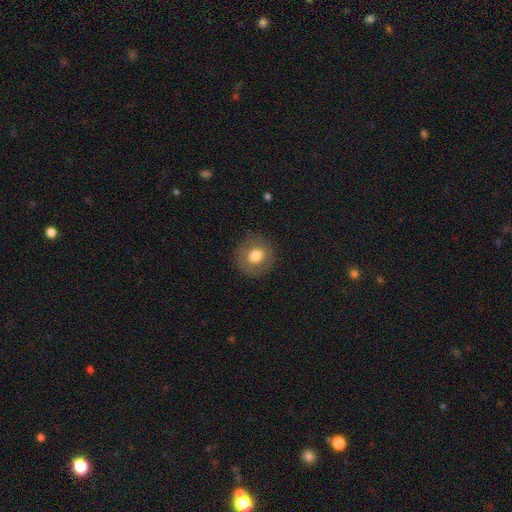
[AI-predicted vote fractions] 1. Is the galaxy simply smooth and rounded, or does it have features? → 70% smooth, 21% featured or disk, 8% star or artifact.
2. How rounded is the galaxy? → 88% round, 11% in between, 1% cigar-shaped.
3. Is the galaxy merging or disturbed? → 82% none, 12% minor disturbance, 5% major disturbance, 1% merger.